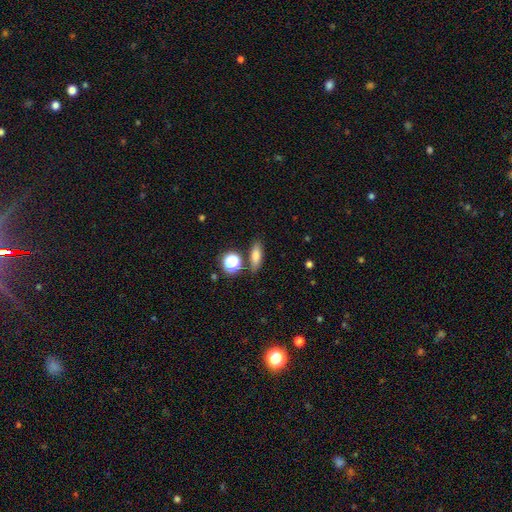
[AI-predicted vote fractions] This is likely a smooth galaxy (74%). How rounded: possibly in between (59%). Merging: likely none (79%).